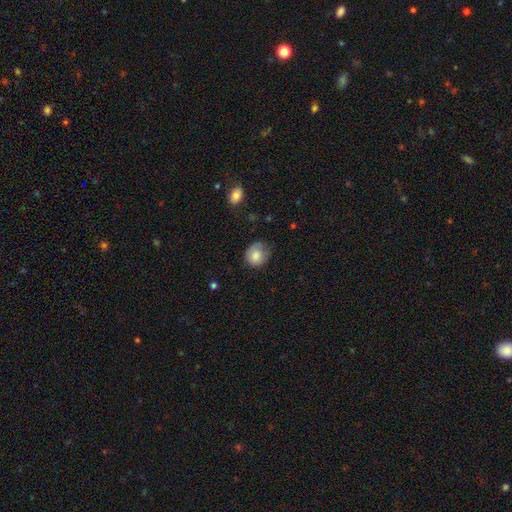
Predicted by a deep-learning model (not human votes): Morphology: type=smooth (81%); roundness=round (69%); merging=none (58%).